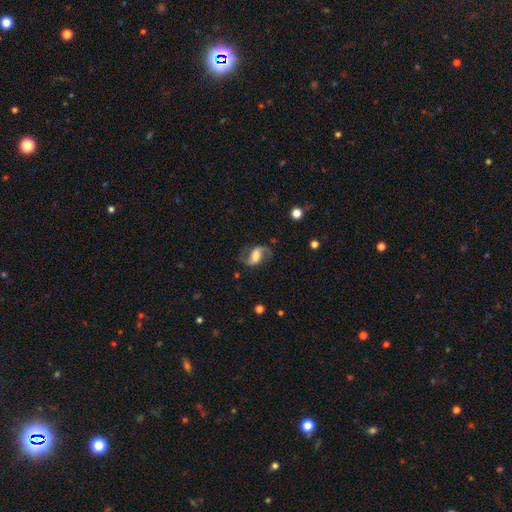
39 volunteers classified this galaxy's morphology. A featured or disk galaxy (77%) with a weak bar (57%), 2 (90%) loose (63%) spiral arms (100%) and a large central bulge (33%).

Vote fractions:
- Smooth or featured? featured or disk: 77% / smooth: 18% / star or artifact: 5%
- Edge-on disk? no: 100% / yes: 0%
- Bar? weak: 57% / no: 27% / strong: 17%
- Spiral arms? yes: 100% / no: 0%
- Spiral winding? loose: 63% / medium: 30% / tight: 7%
- Spiral arm count? 2: 90% / 1: 7% / can't tell: 3% / 3: 0% / 4: 0% / more than 4: 0%
- Bulge size? large: 33% / moderate: 27% / none: 20% / dominant: 13% / small: 7%
- Merging? none: 81% / minor disturbance: 14% / major disturbance: 5% / merger: 0%